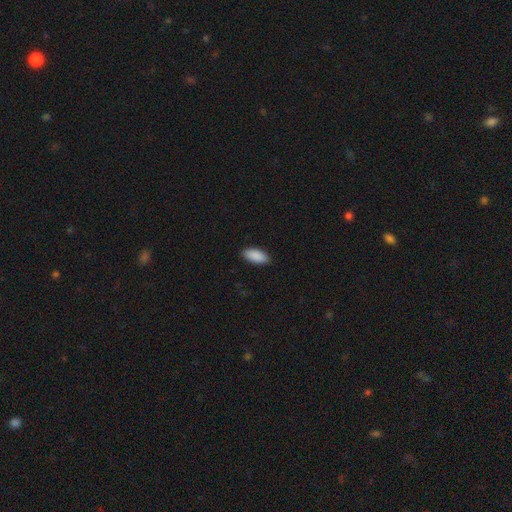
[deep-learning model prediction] This appears to be a smooth galaxy with no disk features (91%) that is in between round and cigar-shaped (91%). Merging: none (89%).